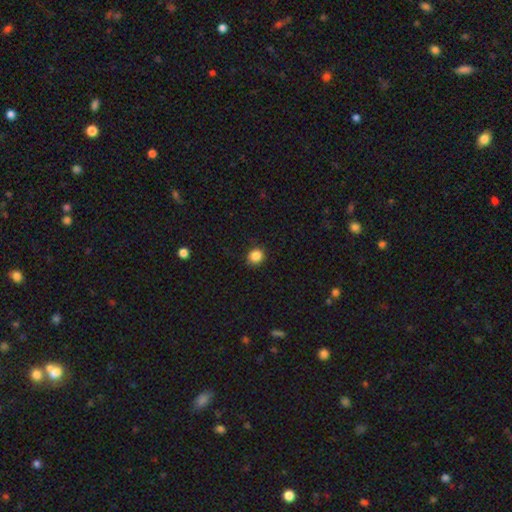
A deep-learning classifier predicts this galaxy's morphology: type=smooth (86%); roundness=round (79%); merging=none (87%).